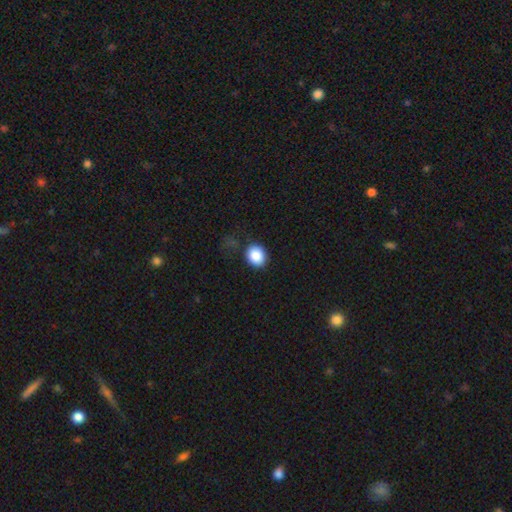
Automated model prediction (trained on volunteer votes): smooth-or-featured: smooth: 86% | star or artifact: 9% | featured or disk: 5%
  how-rounded: round: 59% | in between: 40% | cigar-shaped: 1%
  merging: none: 77% | minor disturbance: 15% | major disturbance: 5% | merger: 3%